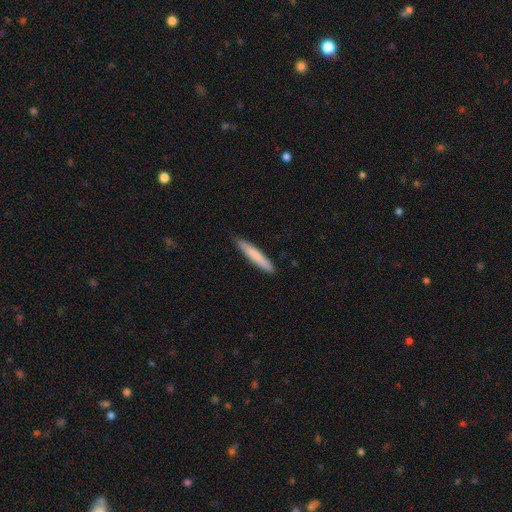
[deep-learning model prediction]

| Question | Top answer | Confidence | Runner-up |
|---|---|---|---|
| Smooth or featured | smooth | 77% | featured or disk (18%) |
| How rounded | cigar-shaped | 94% | in between (4%) |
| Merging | none | 90% | minor disturbance (8%) |